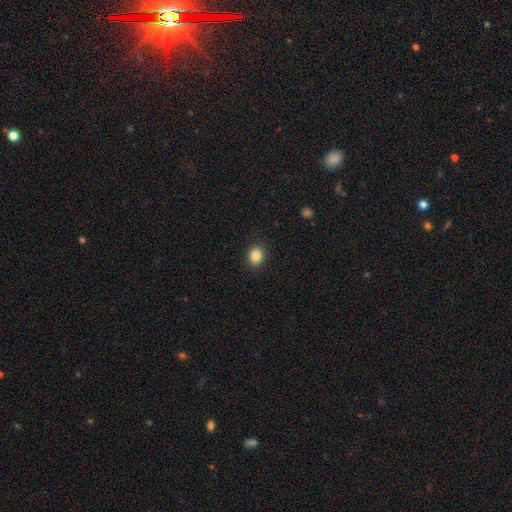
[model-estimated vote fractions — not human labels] A smooth galaxy with no disk features (85%) that is round (60%).

Vote fractions:
- Smooth or featured? smooth: 85% / star or artifact: 10% / featured or disk: 5%
- How rounded? round: 60% / in between: 39% / cigar-shaped: 1%
- Merging? none: 90% / minor disturbance: 7% / major disturbance: 2% / merger: 1%